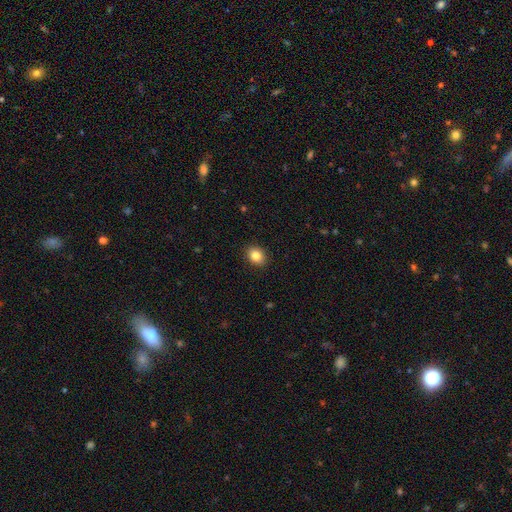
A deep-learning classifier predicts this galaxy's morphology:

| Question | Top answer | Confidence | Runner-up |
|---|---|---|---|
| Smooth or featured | smooth | 84% | star or artifact (9%) |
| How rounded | in between | 52% | round (47%) |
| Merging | none | 90% | minor disturbance (7%) |